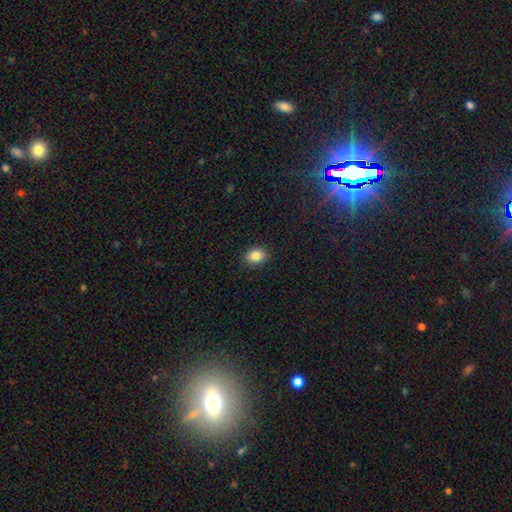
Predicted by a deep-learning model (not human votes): Q: Smooth or featured?
A: smooth (85%); runner-up: star or artifact (10%)
Q: How rounded?
A: in between (56%); runner-up: round (43%)
Q: Merging?
A: none (90%); runner-up: minor disturbance (7%)